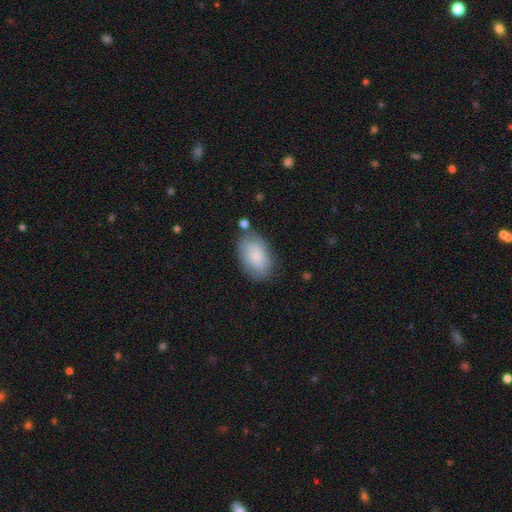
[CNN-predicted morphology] Q: Smooth or featured?
A: smooth (76%); runner-up: featured or disk (18%)
Q: How rounded?
A: in between (91%); runner-up: round (7%)
Q: Merging?
A: none (70%); runner-up: minor disturbance (20%)